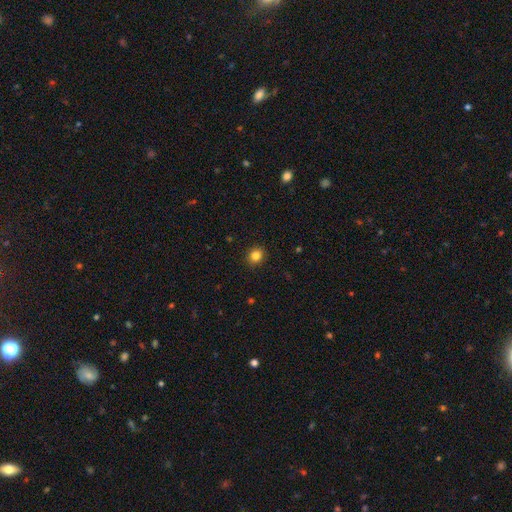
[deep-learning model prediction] Smooth or featured? smooth (83%)
How rounded? round (82%)
Merging? none (91%)